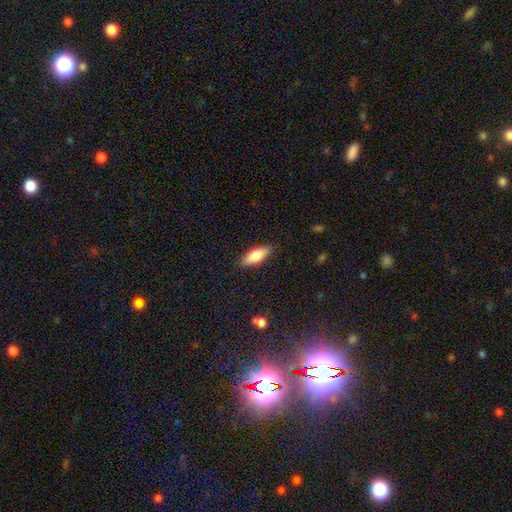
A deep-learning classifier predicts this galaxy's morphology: Smooth or featured: smooth — 72% (featured or disk — 22%)
How rounded: in between — 68% (cigar-shaped — 30%)
Merging: none — 87% (minor disturbance — 10%)